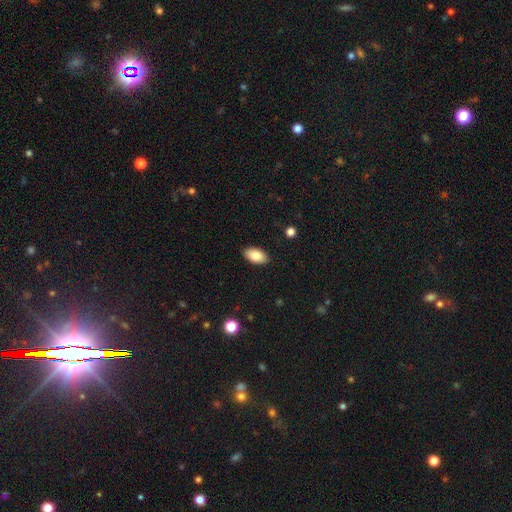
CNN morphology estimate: Smooth or featured? Predicted: smooth (p=0.88). How rounded? Predicted: in between (p=0.94). Merging? Predicted: none (p=0.88).